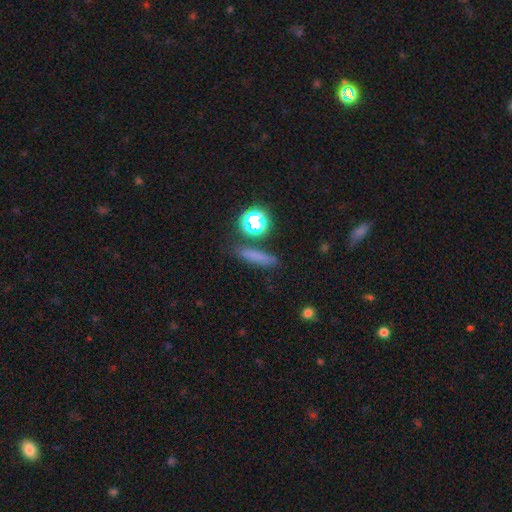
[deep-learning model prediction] The model was most divided on "smooth or featured": smooth: 68%, star or artifact: 18%, featured or disk: 14%. More confident: merging — none (80%); how rounded — cigar-shaped (78%).